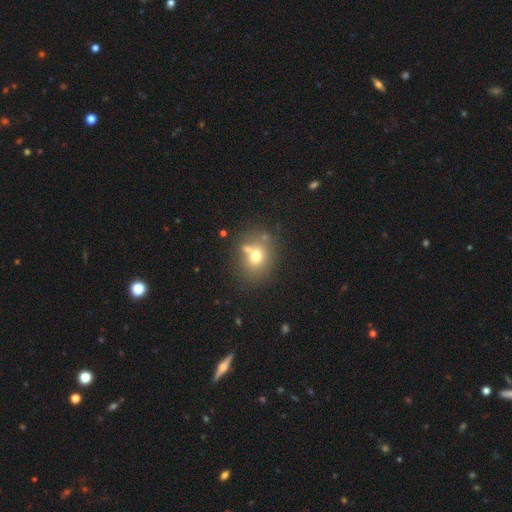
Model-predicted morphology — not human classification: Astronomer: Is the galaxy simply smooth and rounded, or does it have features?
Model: smooth — 68%.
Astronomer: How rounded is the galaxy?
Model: round — 66%.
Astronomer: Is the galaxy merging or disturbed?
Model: none — 58%.